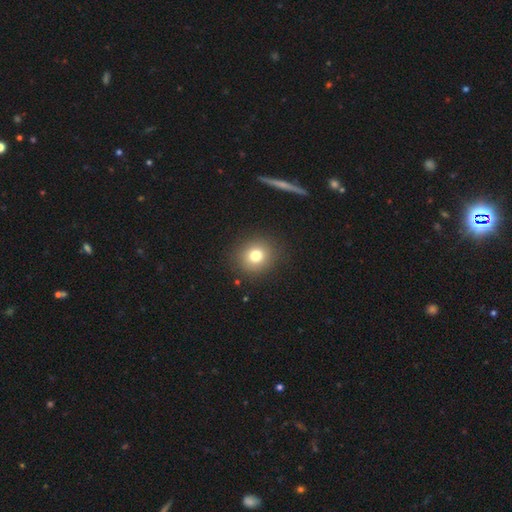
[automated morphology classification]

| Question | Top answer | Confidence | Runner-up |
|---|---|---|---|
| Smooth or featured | smooth | 77% | star or artifact (13%) |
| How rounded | round | 85% | in between (14%) |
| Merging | none | 89% | minor disturbance (7%) |